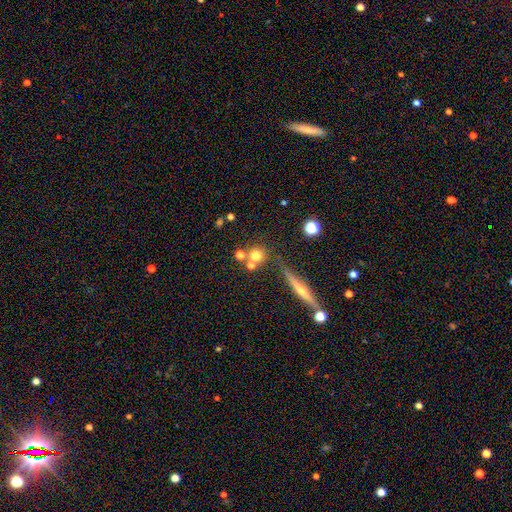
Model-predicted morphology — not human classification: type=smooth (67%); roundness=round (88%); merging=none (61%).